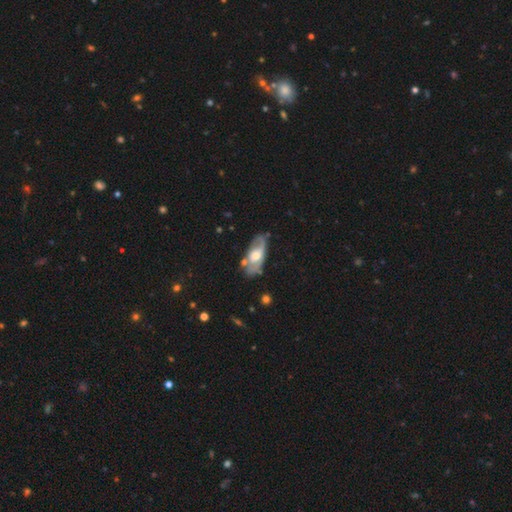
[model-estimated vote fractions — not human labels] The model was most divided on "smooth or featured": featured or disk: 64%, smooth: 31%, star or artifact: 5%. More confident: edge-on disk — no (86%); spiral arms — yes (70%); bar — no (68%); merging — none (64%); bulge size — moderate (63%).